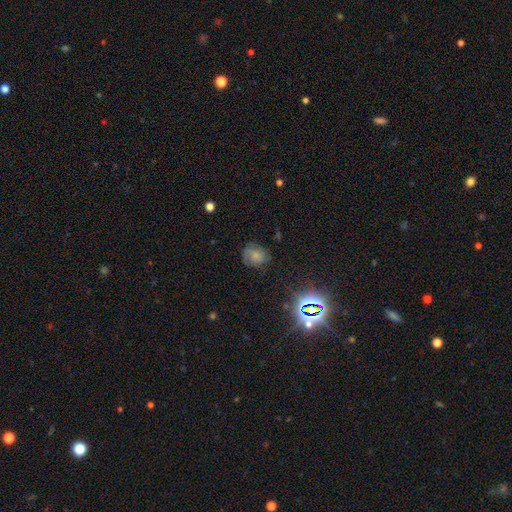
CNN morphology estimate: A smooth galaxy with no disk features (52%) that is round (66%).

Vote fractions:
- Smooth or featured? smooth: 52% / featured or disk: 30% / star or artifact: 17%
- How rounded? round: 66% / in between: 33% / cigar-shaped: 1%
- Merging? none: 67% / minor disturbance: 22% / major disturbance: 10% / merger: 2%